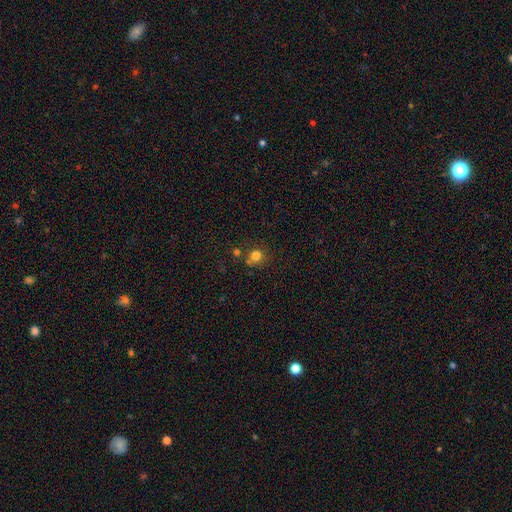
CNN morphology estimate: Smooth or featured? Predicted: smooth (p=0.79). How rounded? Predicted: round (p=0.87). Merging? Predicted: none (p=0.66).